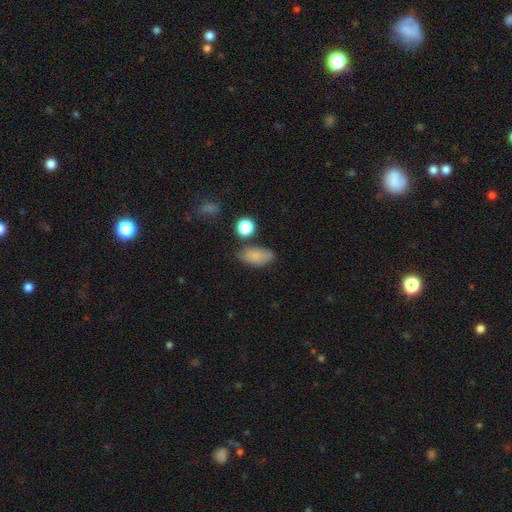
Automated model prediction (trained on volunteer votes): smooth 79%, star or artifact 11%, featured or disk 10%. Down the decision tree: how rounded — in between (90%); merging — none (68%).